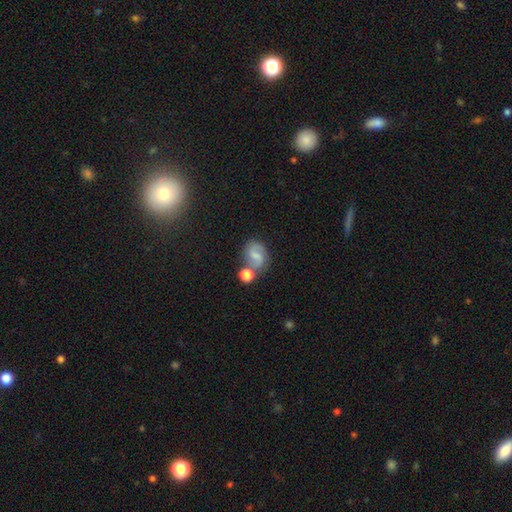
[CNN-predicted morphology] A featured or disk galaxy (58%) with a weak bar (53%), 2 (88%) medium (51%) spiral arms (89%) and a small central bulge (47%).

Vote fractions:
- Smooth or featured? featured or disk: 58% / smooth: 32% / star or artifact: 11%
- Edge-on disk? no: 97% / yes: 3%
- Bar? weak: 53% / no: 30% / strong: 17%
- Spiral arms? yes: 89% / no: 11%
- Spiral winding? medium: 51% / loose: 30% / tight: 19%
- Spiral arm count? 2: 88% / can't tell: 6% / 1: 3% / 3: 1% / 4: 1% / more than 4: 1%
- Bulge size? small: 47% / none: 25% / moderate: 24% / large: 3% / dominant: 2%
- Merging? none: 58% / merger: 20% / minor disturbance: 16% / major disturbance: 6%